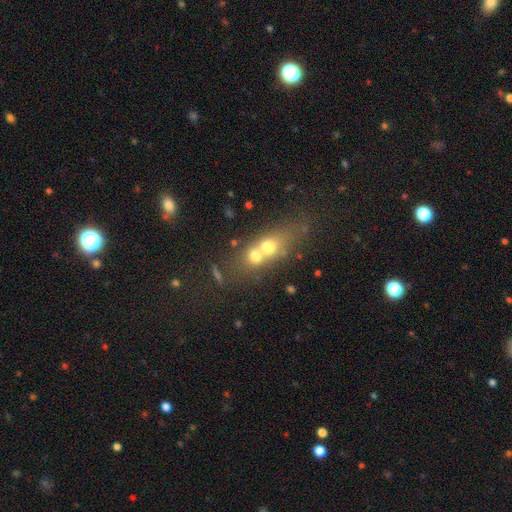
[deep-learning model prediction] This is likely a smooth galaxy (61%). How rounded: possibly round (51%). Merging: likely merger (71%).